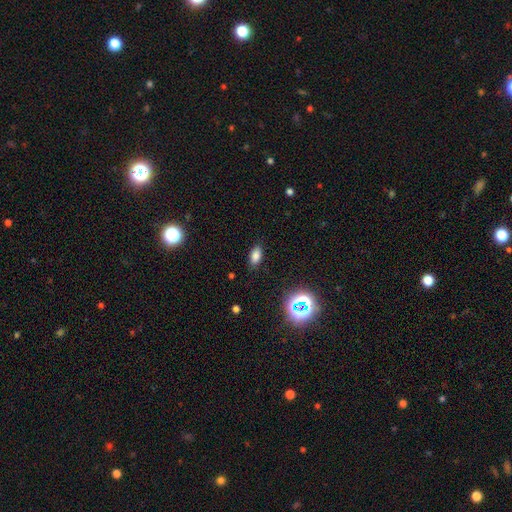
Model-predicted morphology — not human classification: This is likely a smooth galaxy (77%). How rounded: clearly in between (88%). Merging: clearly none (86%).